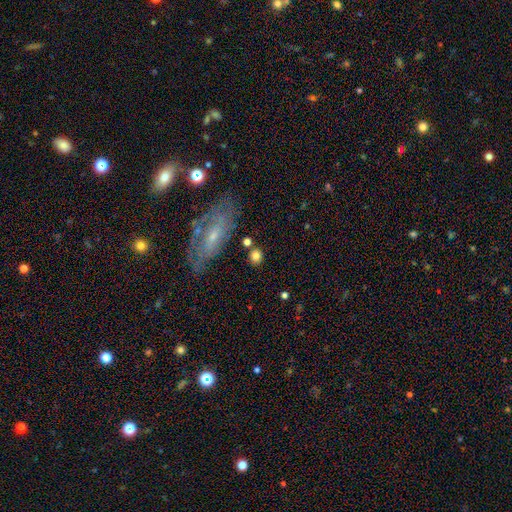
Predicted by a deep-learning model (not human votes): Overall: smooth (78%). How rounded: round (75%). Merging: none (79%).